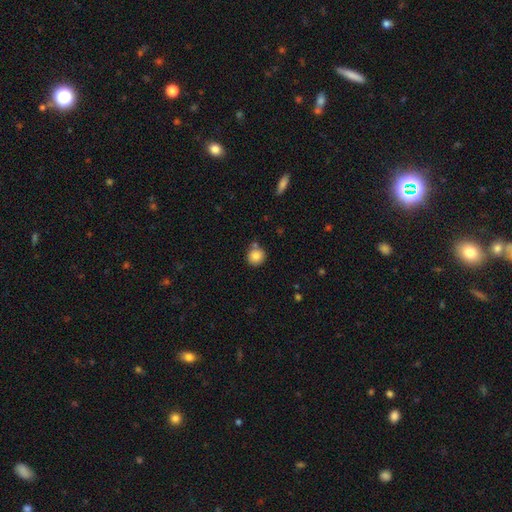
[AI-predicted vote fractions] Smooth or featured? Predicted: smooth (p=0.85). How rounded? Predicted: round (p=0.91). Merging? Predicted: none (p=0.75).